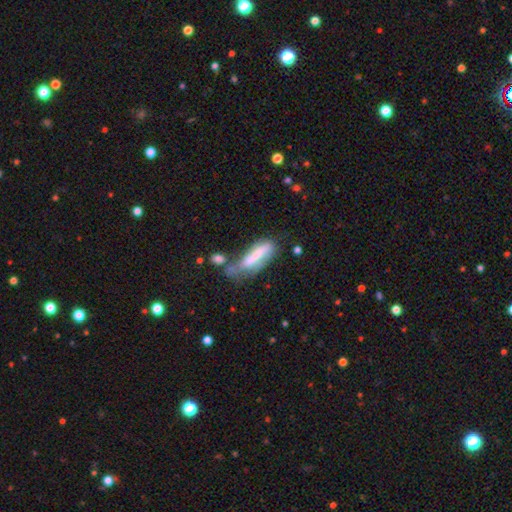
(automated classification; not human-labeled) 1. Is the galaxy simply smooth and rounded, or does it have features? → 59% smooth, 34% featured or disk, 8% star or artifact.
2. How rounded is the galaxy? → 55% cigar-shaped, 43% in between, 2% round.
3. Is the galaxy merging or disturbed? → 26% merger (tied), 26% none (tied), 25% minor disturbance, 23% major disturbance.